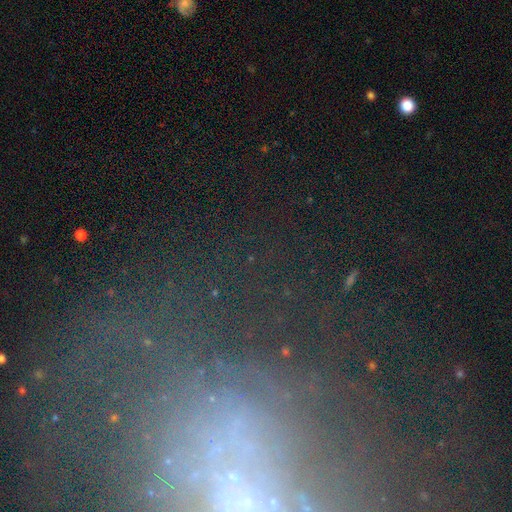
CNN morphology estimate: A featured or disk galaxy (40%, tied with star or artifact).

Vote fractions:
- Smooth or featured? featured or disk: 40% (tied) / star or artifact: 40% (tied) / smooth: 19%
- Merging? none: 59% / major disturbance: 20% / minor disturbance: 15% / merger: 7%